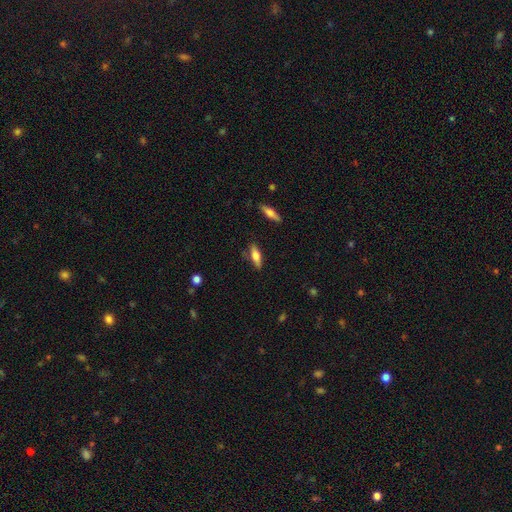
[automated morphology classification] smooth 59%, featured or disk 34%, star or artifact 7%. Down the decision tree: how rounded — cigar-shaped (49%, tied with in between); merging — none (80%).